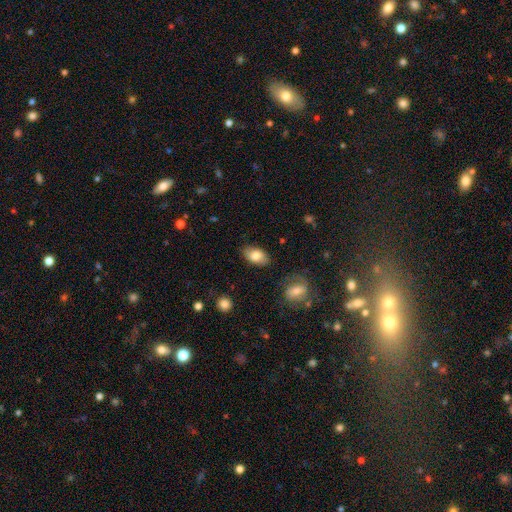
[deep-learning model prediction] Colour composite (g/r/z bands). It shows a smooth galaxy with no disk features (79%) that is in between round and cigar-shaped (91%). Merging: none (82%).